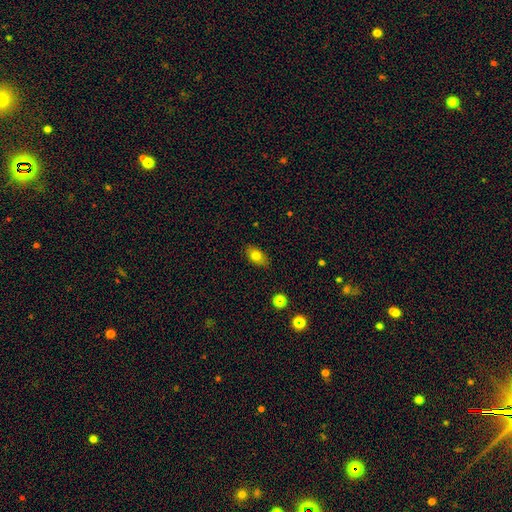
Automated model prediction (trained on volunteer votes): A smooth galaxy with no disk features (77%) that is in between round and cigar-shaped (84%). Merging: none (83%).